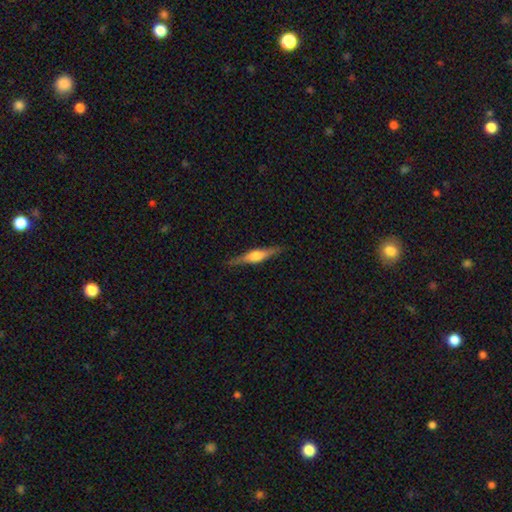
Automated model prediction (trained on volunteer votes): Smooth or featured? featured or disk (66%)
Edge-on disk? yes (97%)
Edge-on bulge? rounded (84%)
Merging? none (87%)